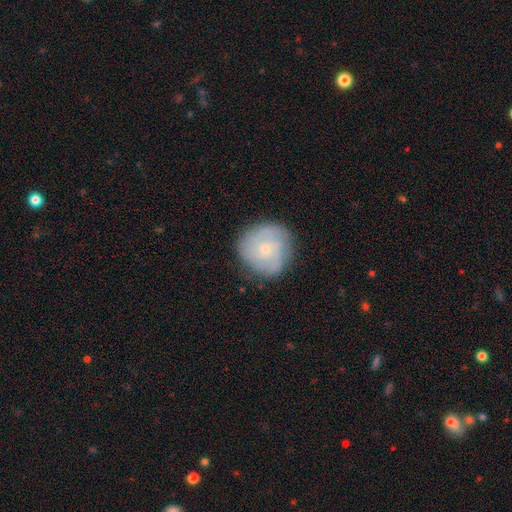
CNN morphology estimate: Smooth or featured? featured or disk (61%)
Edge-on disk? no (98%)
Bar? no (77%)
Spiral arms? yes (88%)
Spiral winding? tight (56%)
Spiral arm count? can't tell (33%)
Bulge size? small (72%)
Merging? none (80%)